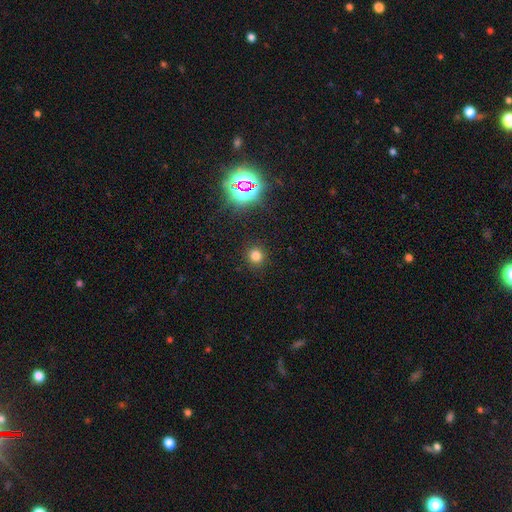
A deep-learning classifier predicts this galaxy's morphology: A smooth galaxy with no disk features (74%) that is round (91%). Merging: none (90%).